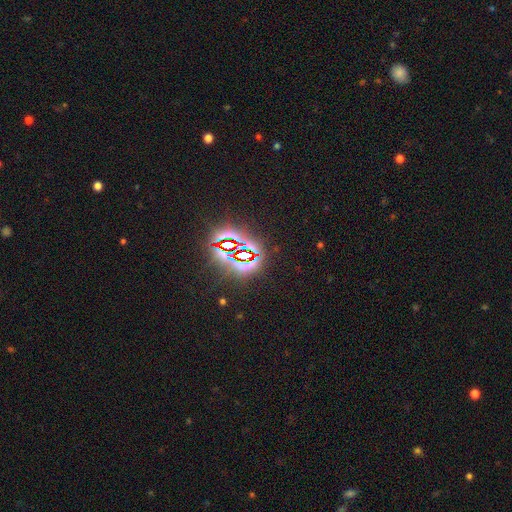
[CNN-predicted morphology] smooth_or_featured: star or artifact (p=0.83) [alt: smooth p=0.10]